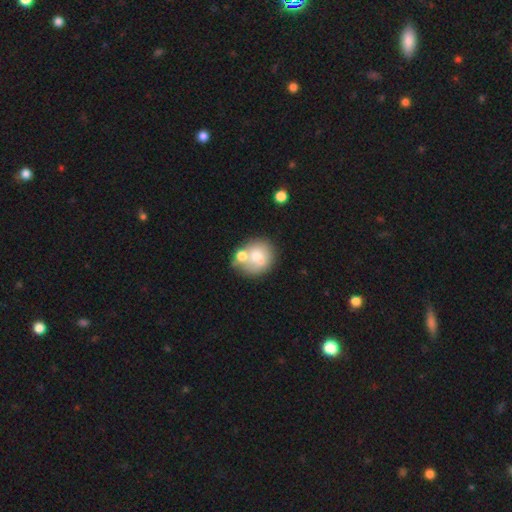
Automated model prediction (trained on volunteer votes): This appears to be a smooth galaxy with no disk features (62%) that is round (73%). Merging: none (42%).